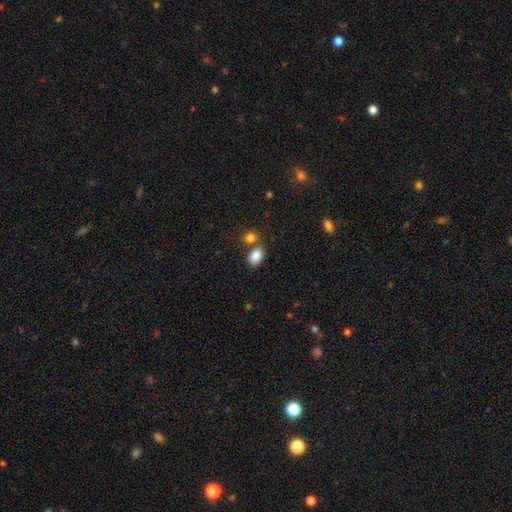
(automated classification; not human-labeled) Overall: smooth (85%). How rounded: in between (84%). Merging: none (59%; merger 27%).